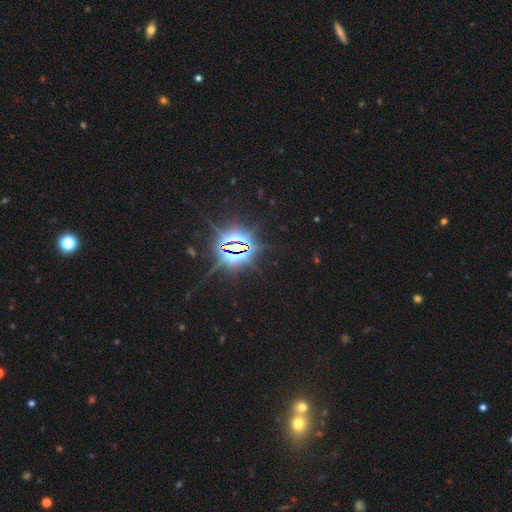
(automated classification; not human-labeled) Overall: star or artifact (84%).